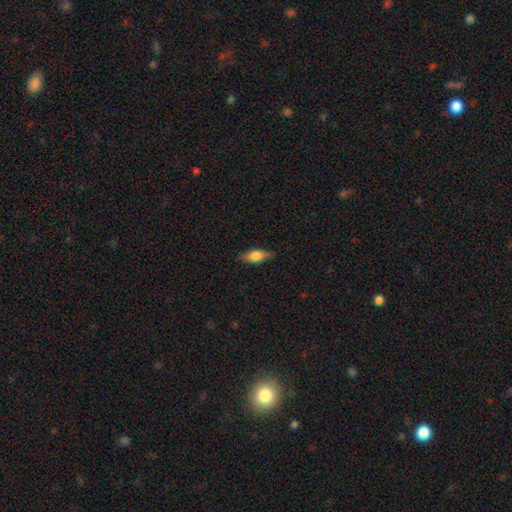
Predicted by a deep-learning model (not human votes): Smooth or featured? smooth (73%)
How rounded? in between (74%)
Merging? none (83%)